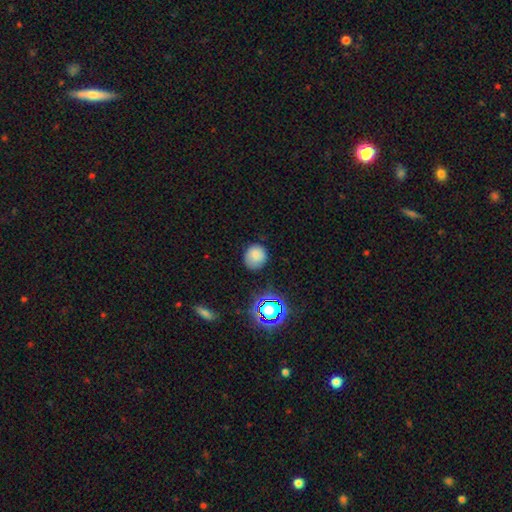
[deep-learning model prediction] A smooth galaxy with no disk features (77%) that is round (84%). Merging: none (76%).